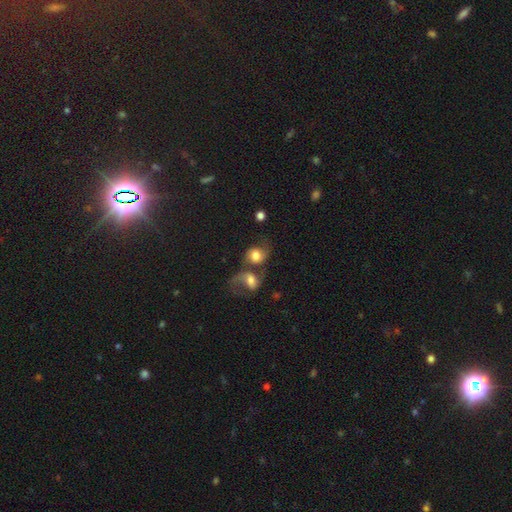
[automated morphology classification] Smooth or featured: smooth — 57% (featured or disk — 33%)
How rounded: round — 59% (in between — 39%)
Merging: merger — 61% (none — 19%)